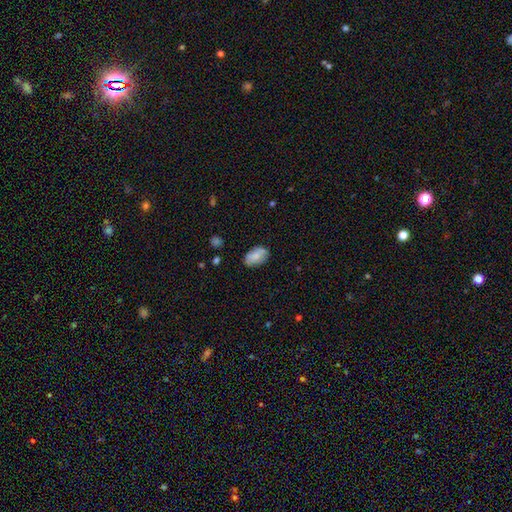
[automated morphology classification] type=smooth (79%); roundness=in between (92%); merging=none (77%).